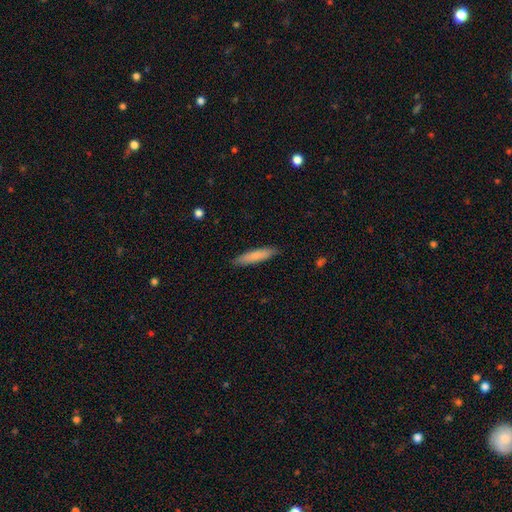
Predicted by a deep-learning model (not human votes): Overall: smooth (80%). How rounded: cigar-shaped (85%). Merging: none (89%).